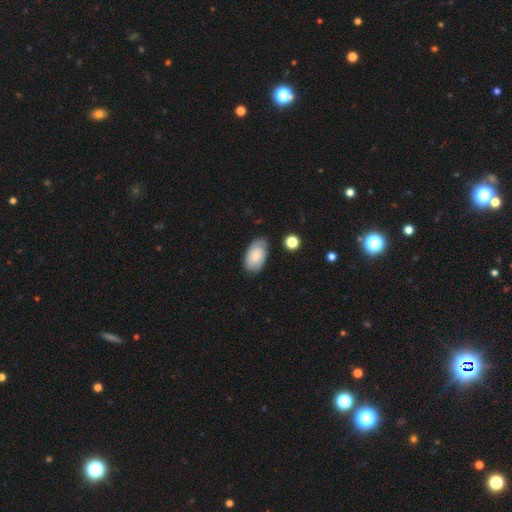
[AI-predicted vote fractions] Morphology: type=smooth (48%); merging=none (72%).